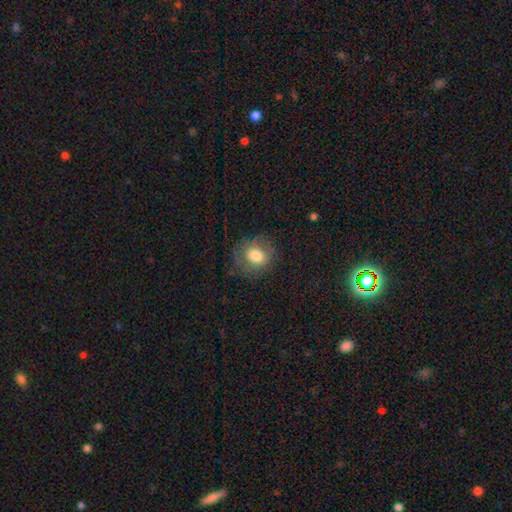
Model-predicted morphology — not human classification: Smooth or featured? Predicted: smooth (p=0.72). How rounded? Predicted: round (p=0.77). Merging? Predicted: none (p=0.72).